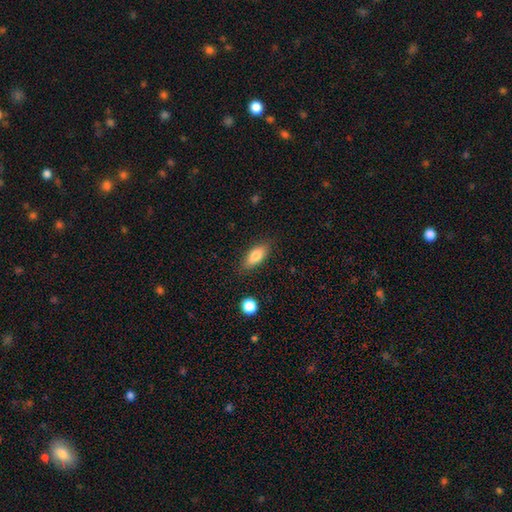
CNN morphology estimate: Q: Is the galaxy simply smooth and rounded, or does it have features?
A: smooth — 79%.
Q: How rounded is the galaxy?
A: in between — 73%.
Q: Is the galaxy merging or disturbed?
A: none — 83%.